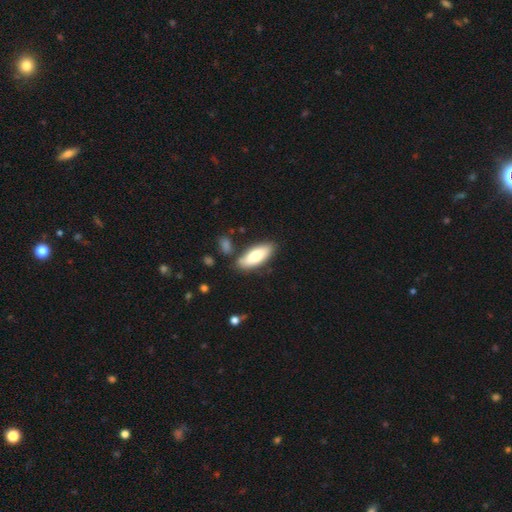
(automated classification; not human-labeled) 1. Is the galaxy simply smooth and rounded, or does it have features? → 73% smooth, 22% featured or disk, 6% star or artifact.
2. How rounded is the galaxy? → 78% in between, 20% cigar-shaped, 2% round.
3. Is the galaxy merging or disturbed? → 79% none, 13% minor disturbance, 5% merger, 3% major disturbance.